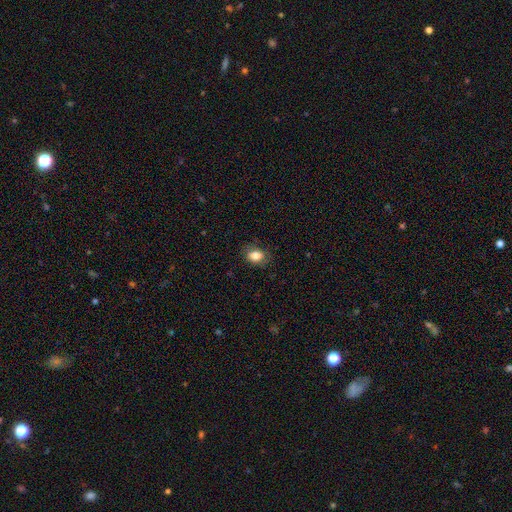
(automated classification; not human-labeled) Smooth or featured?
  - smooth: 83% *
  - star or artifact: 9%
  - featured or disk: 8%
How rounded?
  - in between: 73% *
  - round: 25%
  - cigar-shaped: 1%
Merging?
  - none: 79% *
  - minor disturbance: 15%
  - major disturbance: 4%
  - merger: 1%